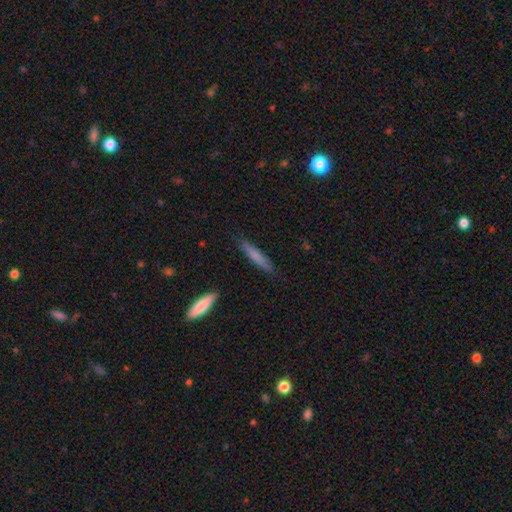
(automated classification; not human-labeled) Smooth or featured? smooth (73%)
How rounded? cigar-shaped (91%)
Merging? none (87%)